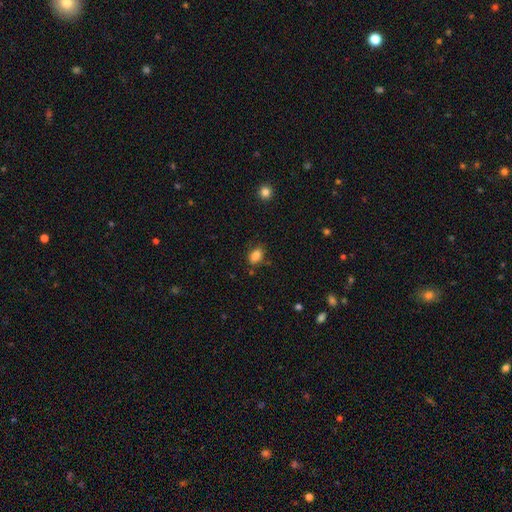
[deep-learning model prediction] The model was most divided on "merging": none: 77%, minor disturbance: 16%, major disturbance: 4%, merger: 4%. More confident: smooth or featured — smooth (84%); how rounded — in between (81%).